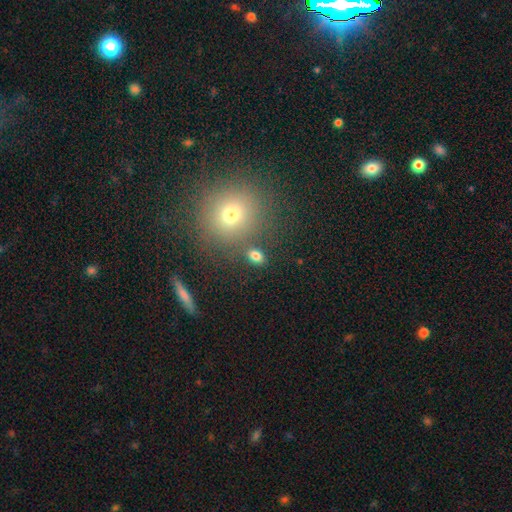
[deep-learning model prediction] This is likely a smooth galaxy (79%). How rounded: likely in between (68%). Merging: likely none (76%).